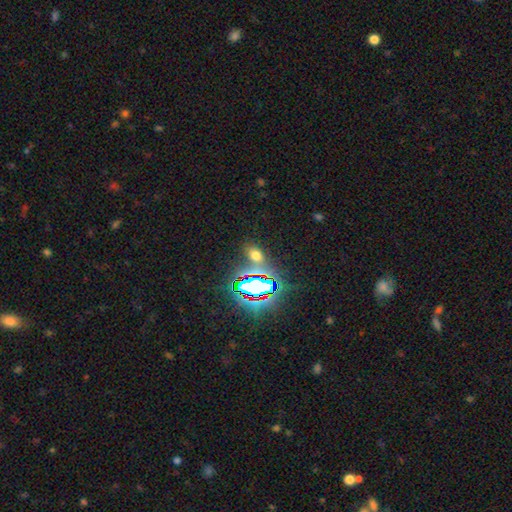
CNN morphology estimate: Smooth or featured? Predicted: smooth (p=0.49). Merging? Predicted: none (p=0.75).